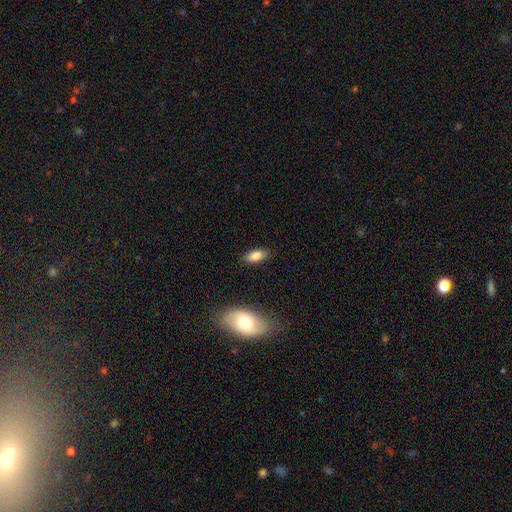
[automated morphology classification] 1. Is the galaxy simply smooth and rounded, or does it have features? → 84% smooth, 9% featured or disk, 8% star or artifact.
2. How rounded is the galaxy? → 87% in between, 10% cigar-shaped, 3% round.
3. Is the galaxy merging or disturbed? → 83% none, 12% minor disturbance, 3% major disturbance, 2% merger.